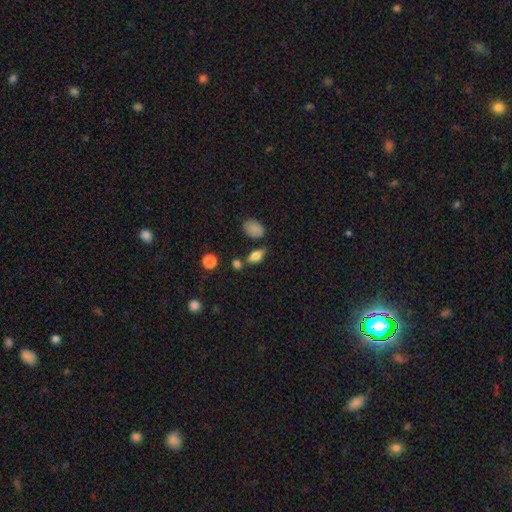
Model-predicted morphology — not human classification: This appears to be a smooth galaxy with no disk features (73%) that is in between round and cigar-shaped (81%). Merging: none (66%).